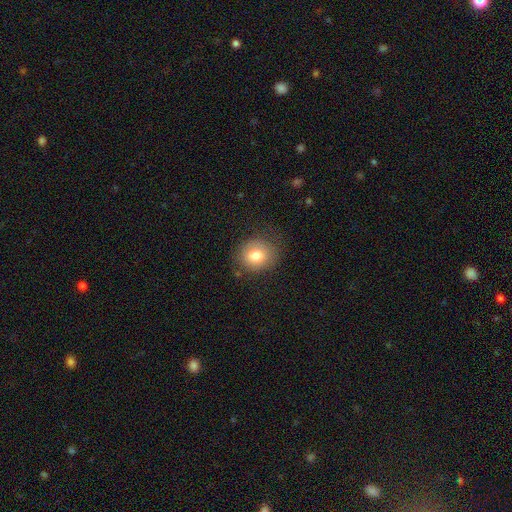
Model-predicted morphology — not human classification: type=smooth (78%); roundness=round (78%); merging=none (79%).